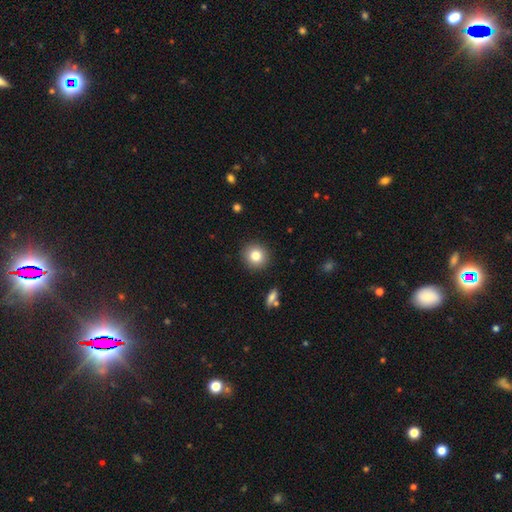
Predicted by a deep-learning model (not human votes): Smooth or featured: smooth — 81% (star or artifact — 10%)
How rounded: round — 92% (in between — 8%)
Merging: none — 91% (minor disturbance — 6%)